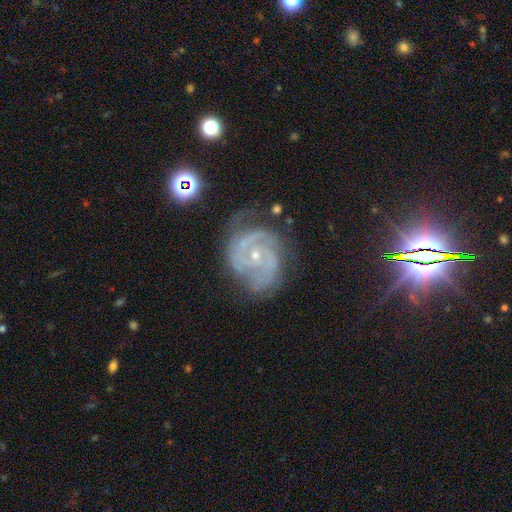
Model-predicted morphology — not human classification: Smooth or featured: featured or disk — 86% (star or artifact — 8%)
Edge-on disk: no — 98% (yes — 2%)
Bar: no — 66% (weak — 27%)
Spiral arms: yes — 97% (no — 3%)
Spiral winding: tight — 55% (medium — 38%)
Spiral arm count: 2 — 39% (3 — 28%)
Bulge size: small — 75% (moderate — 22%)
Merging: none — 60% (minor disturbance — 25%)